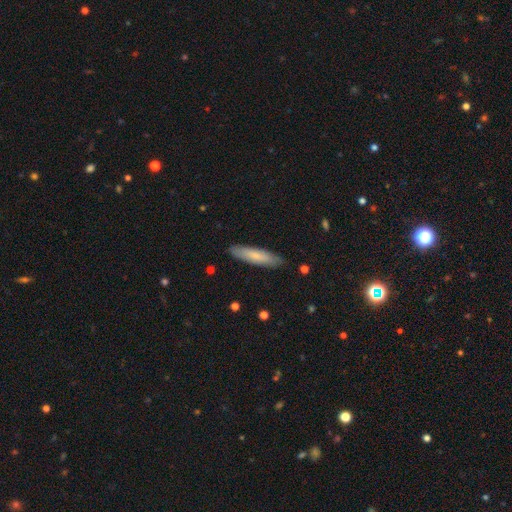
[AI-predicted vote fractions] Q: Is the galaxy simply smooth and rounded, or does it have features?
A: smooth — 75%.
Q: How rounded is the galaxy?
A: cigar-shaped — 80%.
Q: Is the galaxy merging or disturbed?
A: none — 88%.